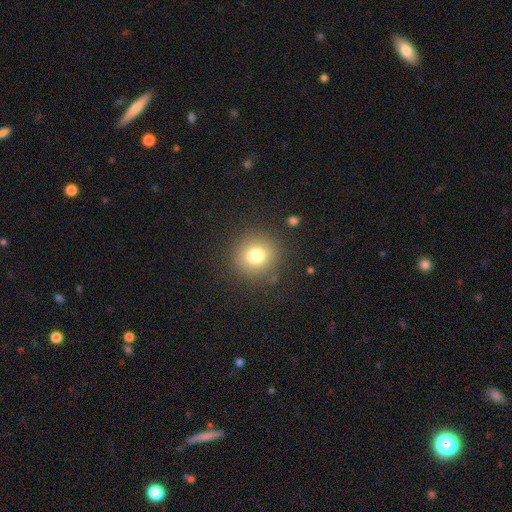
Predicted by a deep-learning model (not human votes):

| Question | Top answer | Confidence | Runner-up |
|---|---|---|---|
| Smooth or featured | smooth | 78% | star or artifact (13%) |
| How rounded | round | 92% | in between (7%) |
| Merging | none | 87% | minor disturbance (7%) |